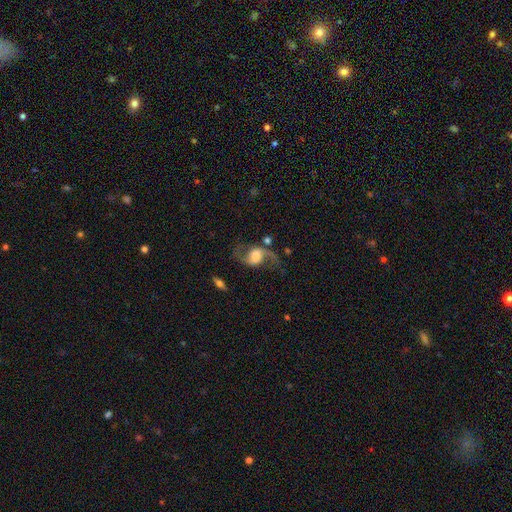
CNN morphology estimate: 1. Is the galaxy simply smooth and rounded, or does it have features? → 83% featured or disk, 10% smooth, 7% star or artifact.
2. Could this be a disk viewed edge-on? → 97% no, 3% yes.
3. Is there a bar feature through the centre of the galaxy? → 47% no, 39% weak, 14% strong.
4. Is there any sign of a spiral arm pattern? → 95% yes, 5% no.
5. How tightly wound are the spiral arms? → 75% loose, 21% medium, 3% tight.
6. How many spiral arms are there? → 92% 2, 4% 1, 2% can't tell, 1% 3, 1% 4, 1% more than 4.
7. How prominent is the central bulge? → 41% large, 21% moderate, 13% none, 13% small, 12% dominant.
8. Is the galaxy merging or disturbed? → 66% none, 16% minor disturbance, 14% major disturbance, 4% merger.